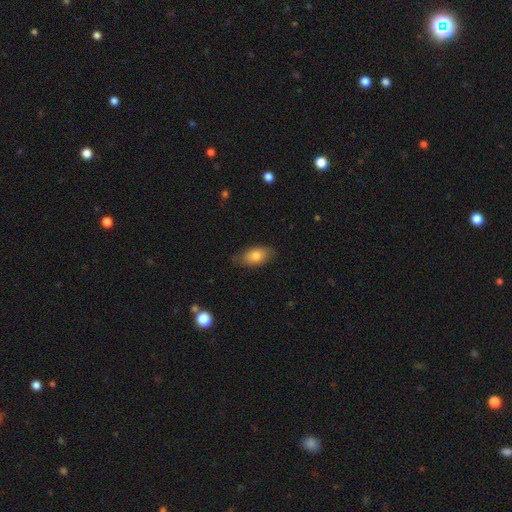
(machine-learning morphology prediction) A smooth galaxy with no disk features (77%) that is in between round and cigar-shaped (91%).

Vote fractions:
- Smooth or featured? smooth: 77% / featured or disk: 16% / star or artifact: 7%
- How rounded? in between: 91% / round: 6% / cigar-shaped: 3%
- Merging? none: 74% / minor disturbance: 21% / major disturbance: 4% / merger: 1%